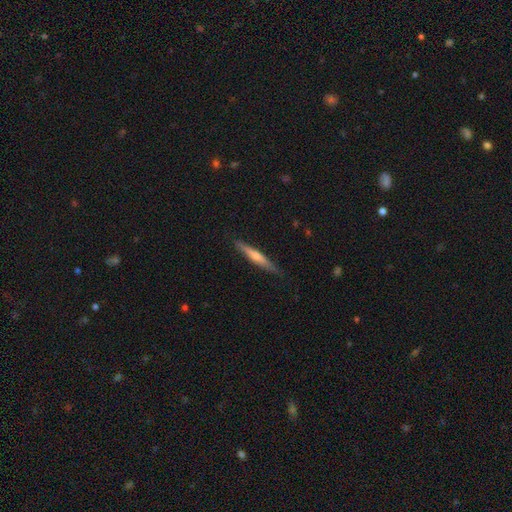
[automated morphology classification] This is possibly a featured or disk galaxy (52%). It is clearly viewed edge-on (95%). Merging: clearly none (87%).